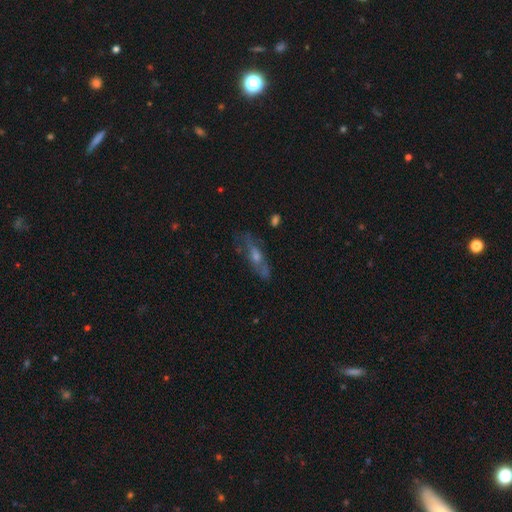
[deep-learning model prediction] The model was most divided on "edge-on disk": no: 57%, yes: 43%. More confident: merging — none (65%); smooth or featured — featured or disk (57%).